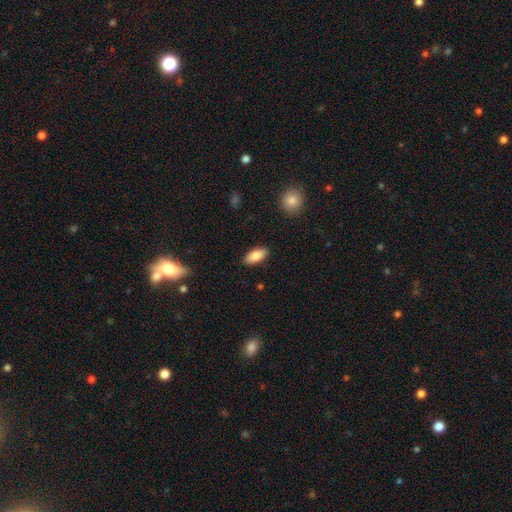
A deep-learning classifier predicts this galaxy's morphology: smooth_or_featured: smooth (p=0.85) [alt: featured or disk p=0.09]
how_rounded: in between (p=0.88) [alt: cigar-shaped p=0.10]
merging: none (p=0.88) [alt: minor disturbance p=0.09]